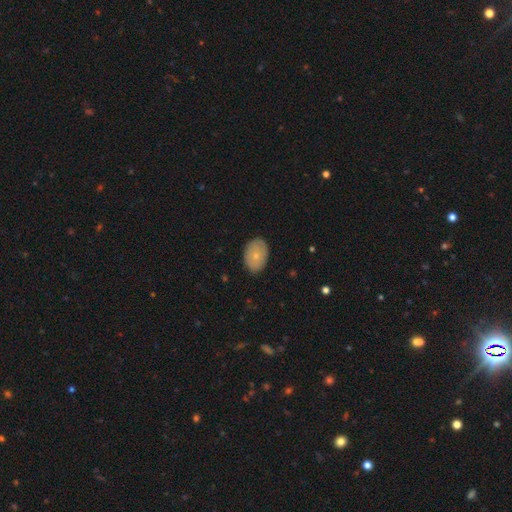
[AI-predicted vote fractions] A smooth galaxy with no disk features (72%) that is in between round and cigar-shaped (81%).

Vote fractions:
- Smooth or featured? smooth: 72% / featured or disk: 21% / star or artifact: 7%
- How rounded? in between: 81% / round: 18% / cigar-shaped: 1%
- Merging? none: 85% / minor disturbance: 12% / major disturbance: 2% / merger: 1%